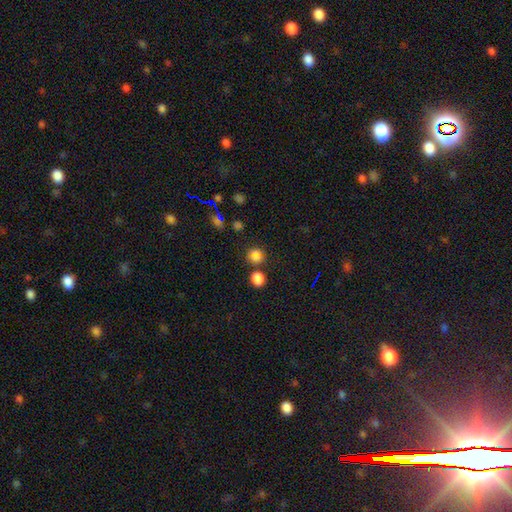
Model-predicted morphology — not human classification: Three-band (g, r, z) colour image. It shows a smooth galaxy with no disk features (76%) that is round (82%). Merging: none (68%).